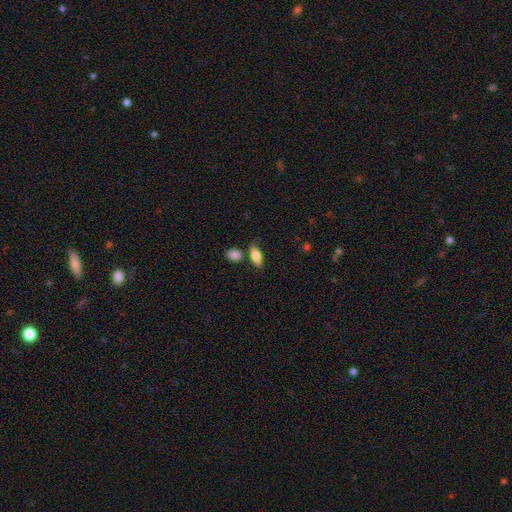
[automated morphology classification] This appears to be a smooth galaxy with no disk features (78%) that is in between round and cigar-shaped (81%). Merging: none (71%).